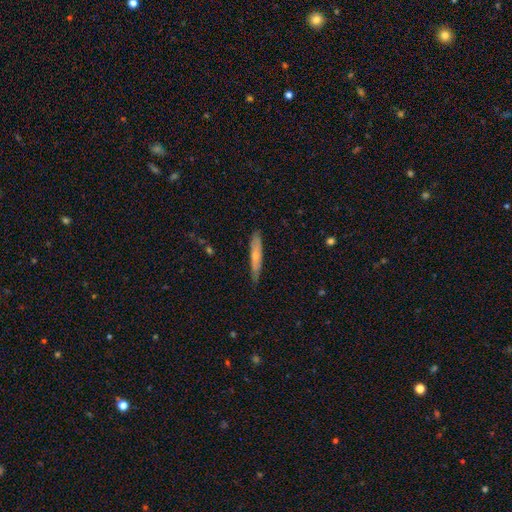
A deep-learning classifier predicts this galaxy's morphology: Smooth or featured: smooth — 55% (featured or disk — 39%)
How rounded: cigar-shaped — 90% (in between — 8%)
Merging: none — 82% (minor disturbance — 15%)